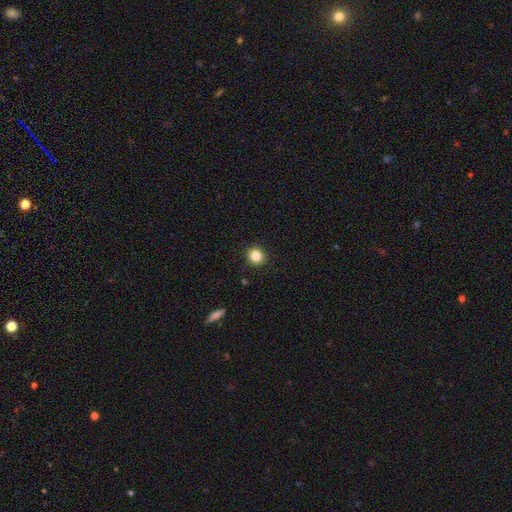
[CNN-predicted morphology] Smooth or featured? smooth (83%)
How rounded? round (91%)
Merging? none (92%)